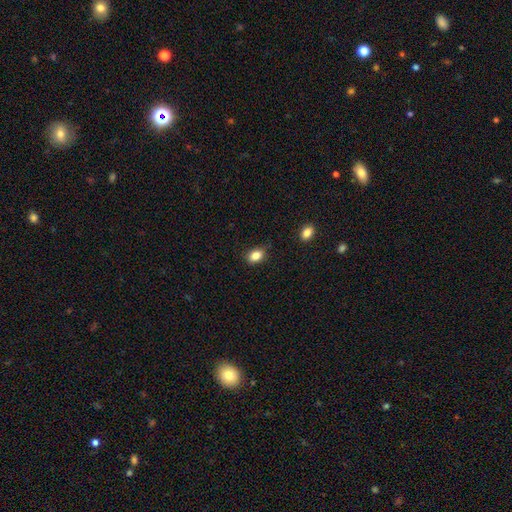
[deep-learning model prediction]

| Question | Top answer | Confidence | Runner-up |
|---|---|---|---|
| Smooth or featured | smooth | 84% | star or artifact (10%) |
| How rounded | in between | 76% | round (23%) |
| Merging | none | 80% | minor disturbance (15%) |